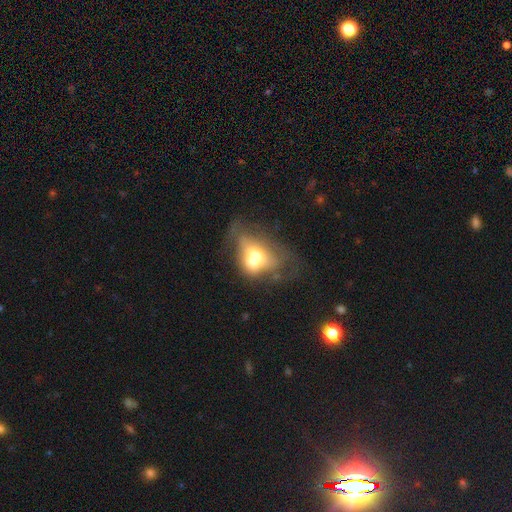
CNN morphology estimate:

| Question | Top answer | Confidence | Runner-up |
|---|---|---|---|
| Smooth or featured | smooth | 50% | featured or disk (40%) |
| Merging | merger | 50% | major disturbance (21%) |